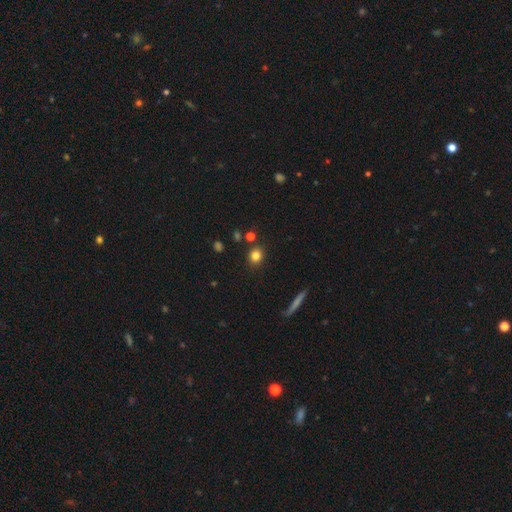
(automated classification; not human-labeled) A smooth galaxy with no disk features (81%) that is round (83%). Merging: none (86%).